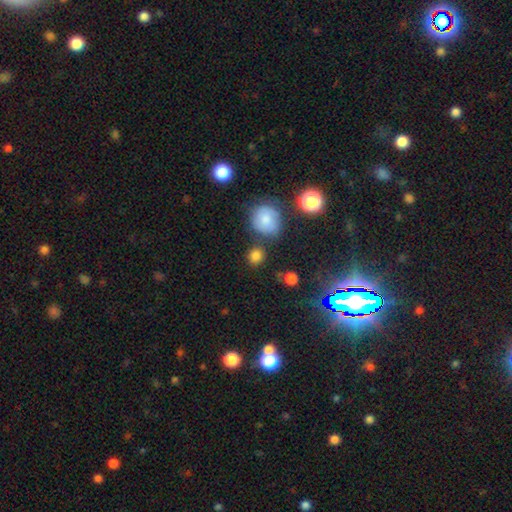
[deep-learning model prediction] Overall: smooth (81%). How rounded: round (81%). Merging: none (75%).